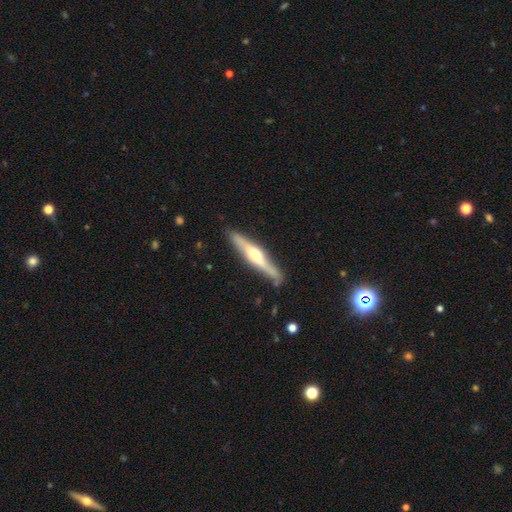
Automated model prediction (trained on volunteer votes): Smooth or featured?
  - featured or disk: 67% *
  - smooth: 28%
  - star or artifact: 5%
Edge-on disk?
  - yes: 95% *
  - no: 5%
Edge-on bulge?
  - rounded: 87% *
  - boxy: 8%
  - none: 5%
Merging?
  - none: 84% *
  - minor disturbance: 12%
  - major disturbance: 2%
  - merger: 2%